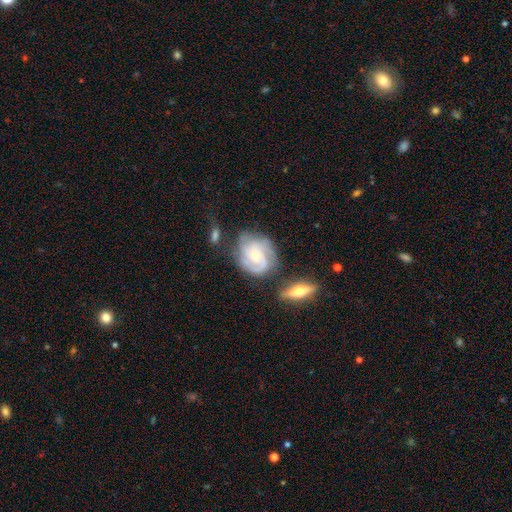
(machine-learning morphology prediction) Smooth or featured? Predicted: featured or disk (p=0.83). Edge-on disk? Predicted: no (p=0.97). Bar? Predicted: no (p=0.68). Spiral arms? Predicted: yes (p=0.96). Spiral winding? Predicted: tight (p=0.56). Spiral arm count? Predicted: 3 (p=0.39). Bulge size? Predicted: small (p=0.59). Merging? Predicted: none (p=0.61).